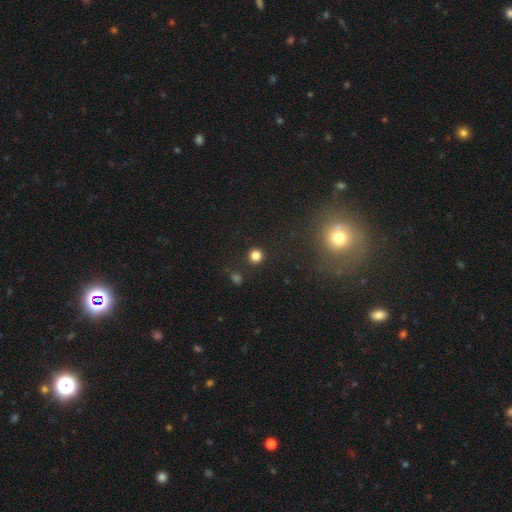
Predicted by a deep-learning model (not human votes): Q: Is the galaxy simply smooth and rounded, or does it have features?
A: smooth — 81%.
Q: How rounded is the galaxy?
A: round — 94%.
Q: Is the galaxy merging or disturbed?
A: none — 90%.